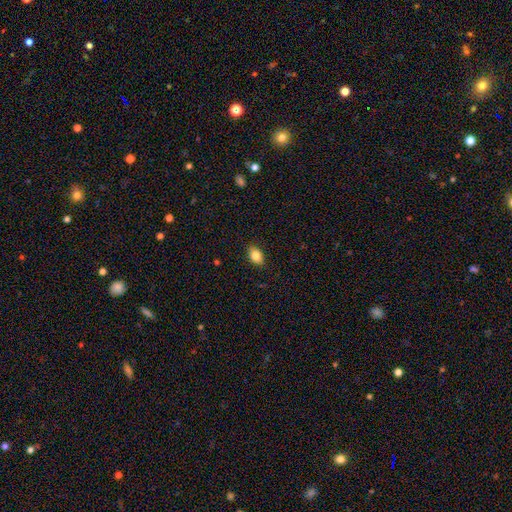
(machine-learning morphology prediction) smooth-or-featured: smooth: 84% | star or artifact: 8% | featured or disk: 7%
  how-rounded: in between: 81% | round: 17% | cigar-shaped: 2%
  merging: none: 87% | minor disturbance: 10% | major disturbance: 2% | merger: 1%